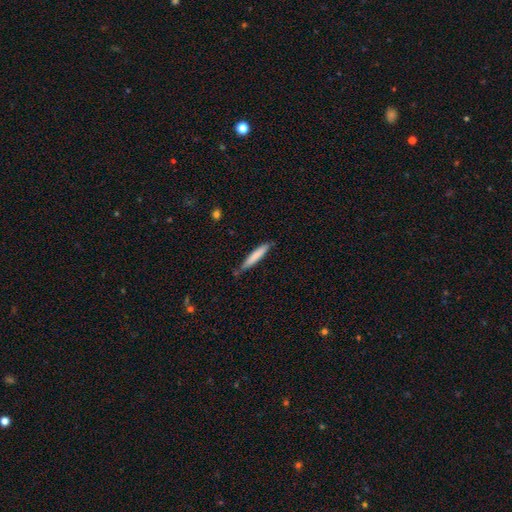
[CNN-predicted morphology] The model was most divided on "merging": none: 75%, minor disturbance: 20%, major disturbance: 3%, merger: 3%. More confident: how rounded — cigar-shaped (93%); smooth or featured — smooth (75%).